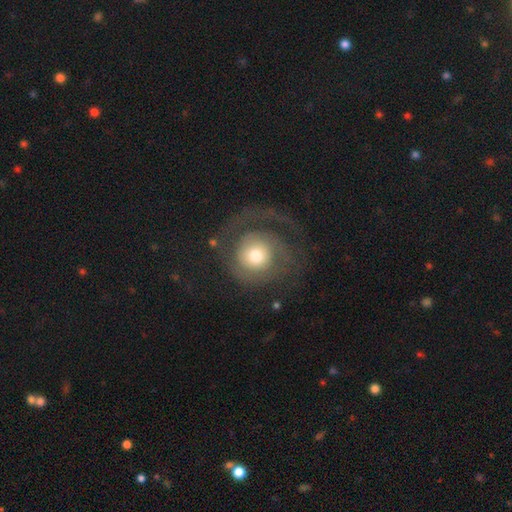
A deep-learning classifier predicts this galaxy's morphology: Smooth or featured: featured or disk — 57% (smooth — 35%)
Edge-on disk: no — 97% (yes — 3%)
Bar: no — 83% (weak — 14%)
Spiral arms: yes — 76% (no — 24%)
Bulge size: moderate — 56% (large — 20%)
Merging: none — 52% (major disturbance — 33%)